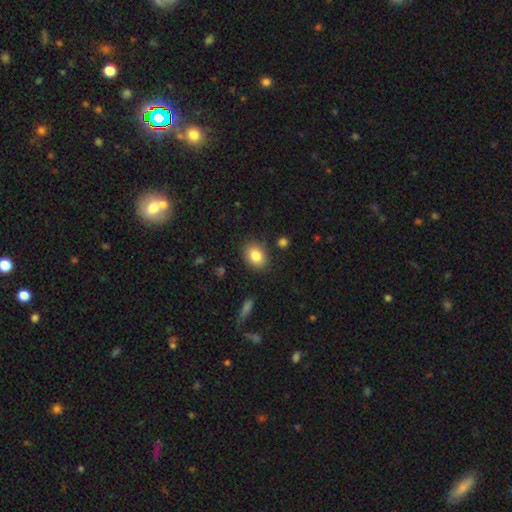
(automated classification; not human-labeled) smooth-or-featured: smooth: 84% | star or artifact: 9% | featured or disk: 7%
  how-rounded: in between: 62% | round: 37% | cigar-shaped: 1%
  merging: none: 85% | minor disturbance: 10% | major disturbance: 3% | merger: 2%